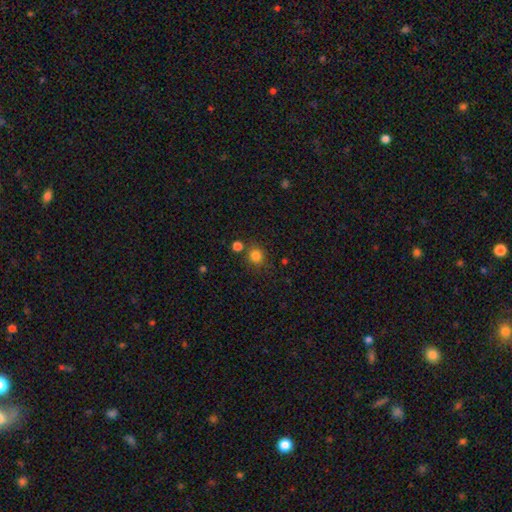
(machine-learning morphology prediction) Smooth or featured?
  - smooth: 82% *
  - star or artifact: 13%
  - featured or disk: 5%
How rounded?
  - round: 87% *
  - in between: 12%
  - cigar-shaped: 1%
Merging?
  - none: 75% *
  - merger: 11%
  - minor disturbance: 10%
  - major disturbance: 4%